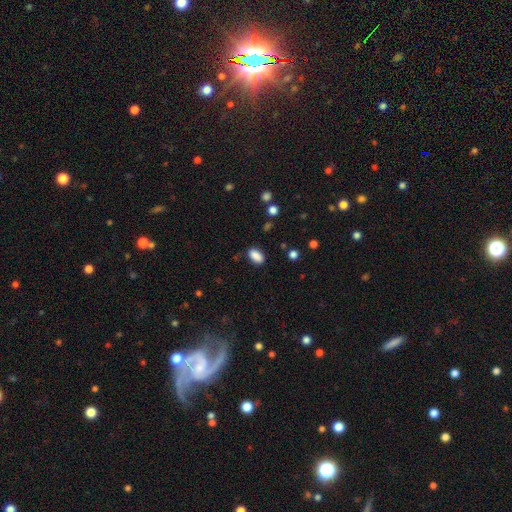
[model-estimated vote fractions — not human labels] This is clearly a smooth galaxy (88%). How rounded: clearly in between (91%). Merging: clearly none (84%).